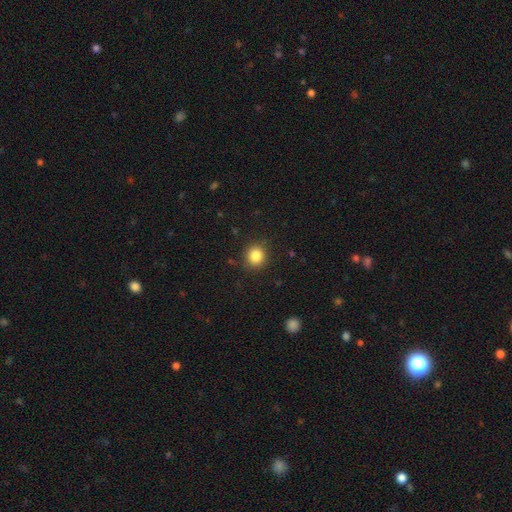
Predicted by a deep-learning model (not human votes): smooth 84%, star or artifact 11%, featured or disk 5%. Down the decision tree: how rounded — round (87%); merging — none (89%).